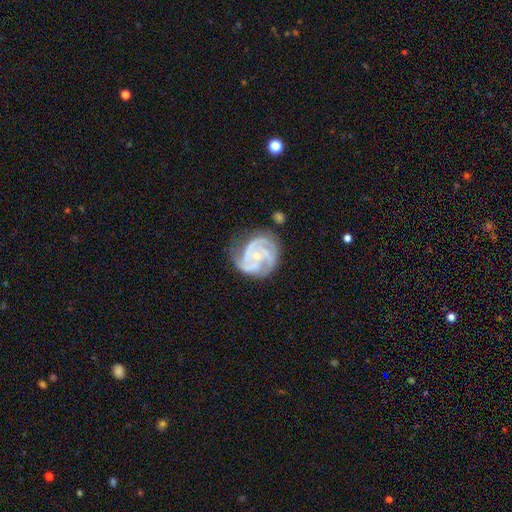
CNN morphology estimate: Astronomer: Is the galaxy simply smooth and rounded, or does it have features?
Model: featured or disk — 90%.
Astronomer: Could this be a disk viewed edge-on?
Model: no — 98%.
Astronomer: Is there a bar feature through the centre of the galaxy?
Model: no — 69%.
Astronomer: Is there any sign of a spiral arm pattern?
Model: yes — 98%.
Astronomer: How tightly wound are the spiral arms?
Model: tight — 61%.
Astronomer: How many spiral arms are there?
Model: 3 — 65%.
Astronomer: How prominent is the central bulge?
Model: small — 72%.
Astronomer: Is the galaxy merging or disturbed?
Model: none — 65%.